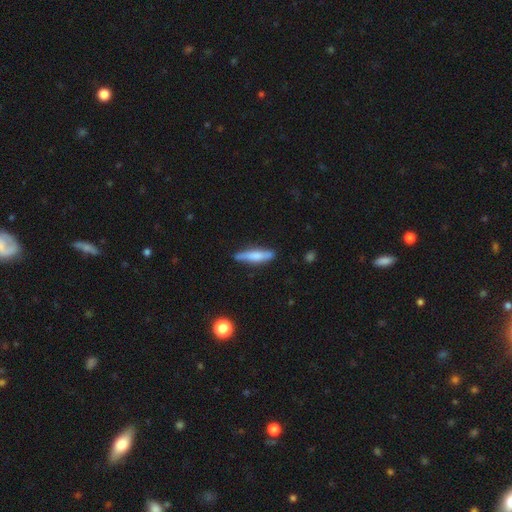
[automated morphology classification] smooth 63%, featured or disk 31%, star or artifact 6%. Down the decision tree: how rounded — cigar-shaped (83%); merging — none (78%).